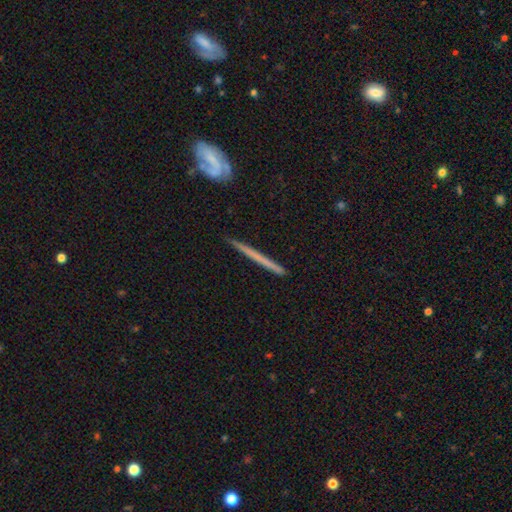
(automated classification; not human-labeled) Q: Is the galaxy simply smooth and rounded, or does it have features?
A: featured or disk — 55%.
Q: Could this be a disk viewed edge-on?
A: yes — 95%.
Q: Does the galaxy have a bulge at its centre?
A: none — 91%.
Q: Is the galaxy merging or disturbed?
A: none — 88%.